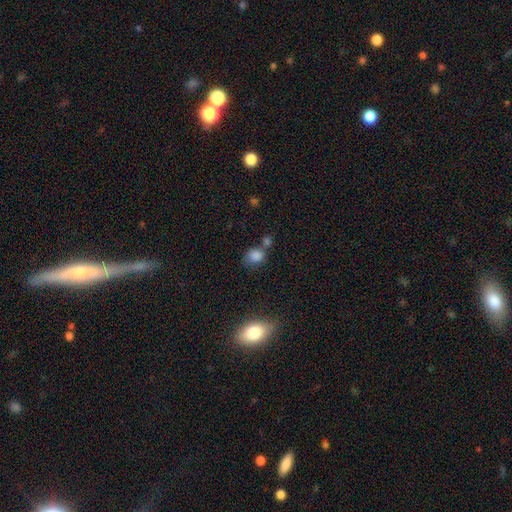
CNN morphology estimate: Smooth or featured: smooth — 82% (star or artifact — 12%)
How rounded: round — 63% (in between — 36%)
Merging: none — 49% (merger — 28%)